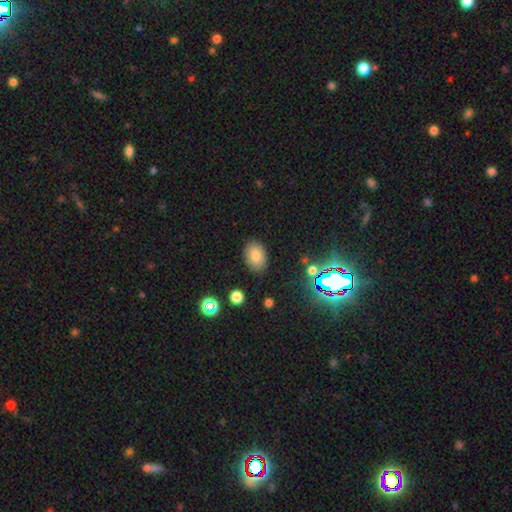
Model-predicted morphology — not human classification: Smooth or featured: smooth — 82% (star or artifact — 11%)
How rounded: in between — 81% (round — 18%)
Merging: none — 85% (minor disturbance — 11%)